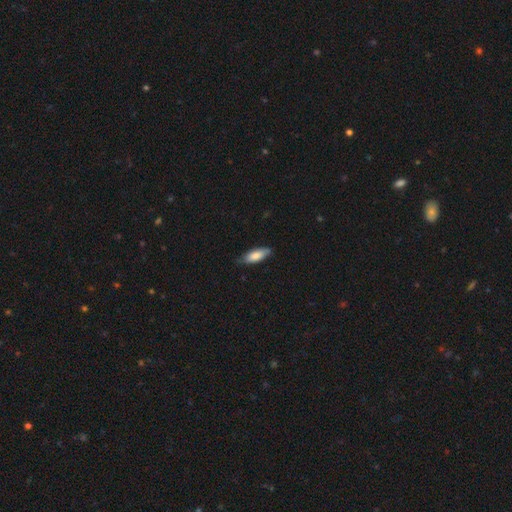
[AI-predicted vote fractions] Smooth or featured? smooth (78%)
How rounded? in between (66%)
Merging? none (74%)